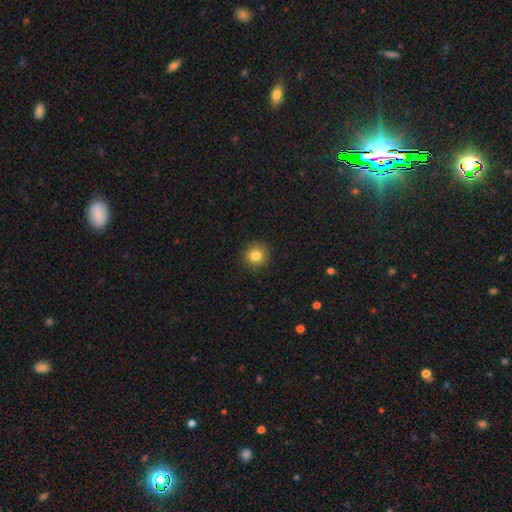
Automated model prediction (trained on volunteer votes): This is clearly a smooth galaxy (83%). How rounded: clearly round (93%). Merging: clearly none (92%).